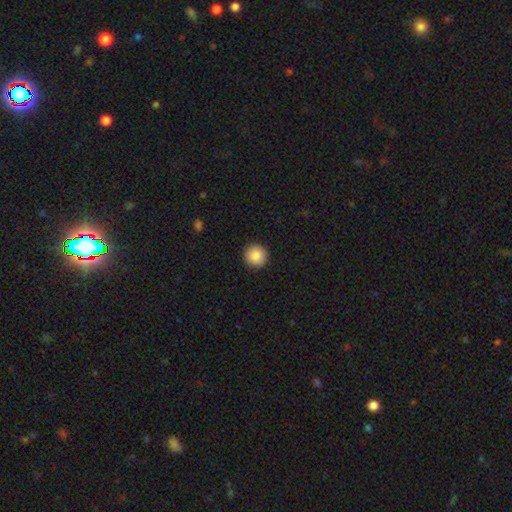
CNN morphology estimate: smooth_or_featured: smooth (p=0.87) [alt: star or artifact p=0.08]
how_rounded: round (p=0.95) [alt: in between p=0.04]
merging: none (p=0.93) [alt: minor disturbance p=0.05]